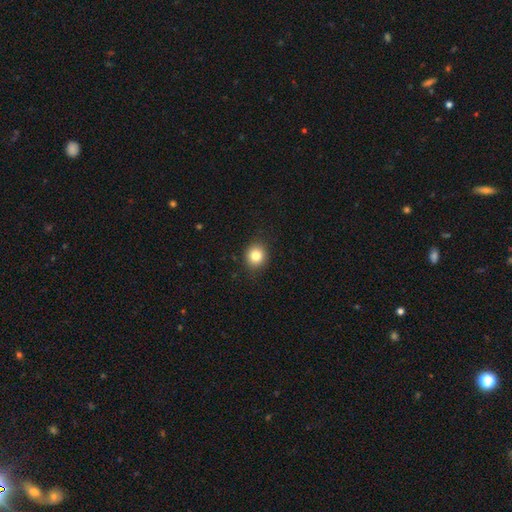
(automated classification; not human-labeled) A smooth galaxy with no disk features (83%) that is round (80%).

Vote fractions:
- Smooth or featured? smooth: 83% / star or artifact: 10% / featured or disk: 7%
- How rounded? round: 80% / in between: 19% / cigar-shaped: 1%
- Merging? none: 88% / minor disturbance: 9% / major disturbance: 2% / merger: 1%